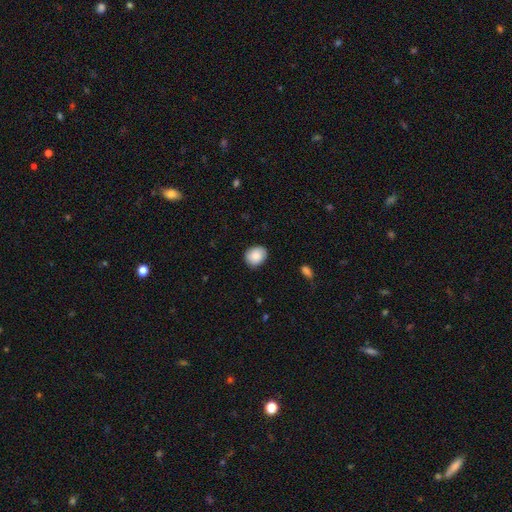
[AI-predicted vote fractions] smooth-or-featured: smooth: 85% | featured or disk: 8% | star or artifact: 7%
  how-rounded: round: 59% | in between: 40% | cigar-shaped: 1%
  merging: none: 83% | minor disturbance: 13% | major disturbance: 2% | merger: 1%